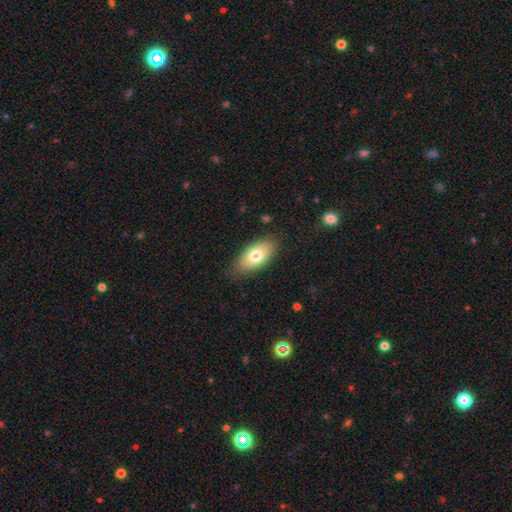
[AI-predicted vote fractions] The model was most divided on "smooth or featured": smooth: 74%, featured or disk: 19%, star or artifact: 7%. More confident: how rounded — in between (90%); merging — none (82%).